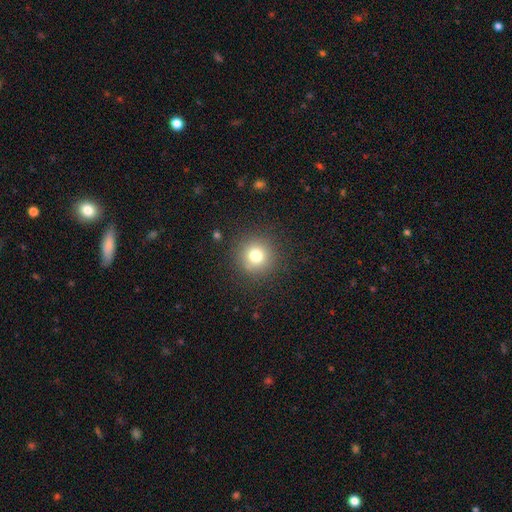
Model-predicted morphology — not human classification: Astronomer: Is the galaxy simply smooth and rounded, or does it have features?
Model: smooth — 76%.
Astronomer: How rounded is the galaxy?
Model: round — 95%.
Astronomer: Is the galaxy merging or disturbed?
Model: none — 89%.